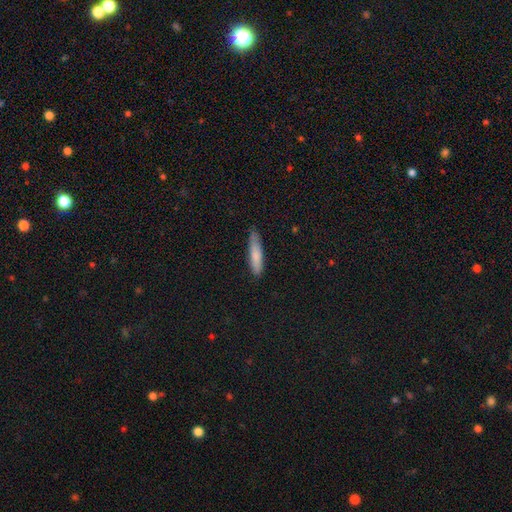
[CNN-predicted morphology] type=smooth (79%); roundness=cigar-shaped (82%); merging=none (81%).